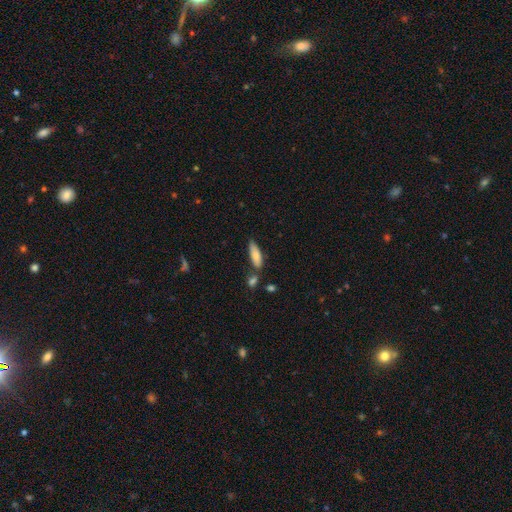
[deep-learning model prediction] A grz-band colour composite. It shows a smooth galaxy with no disk features (81%) that is in between round and cigar-shaped (57%). Merging: none (63%).